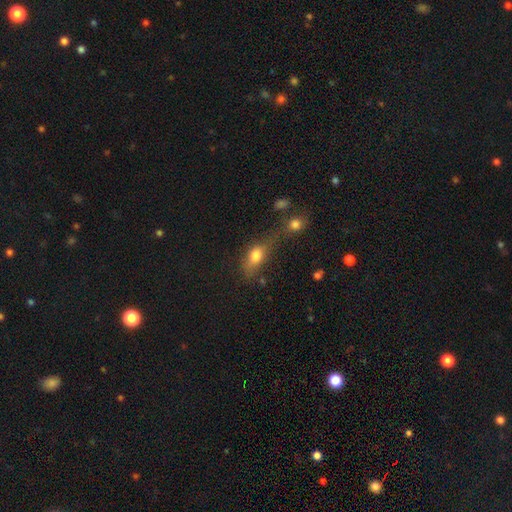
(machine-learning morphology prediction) smooth_or_featured: smooth (p=0.76) [alt: featured or disk p=0.13]
how_rounded: in between (p=0.72) [alt: round p=0.17]
merging: none (p=0.34) [alt: merger p=0.33]